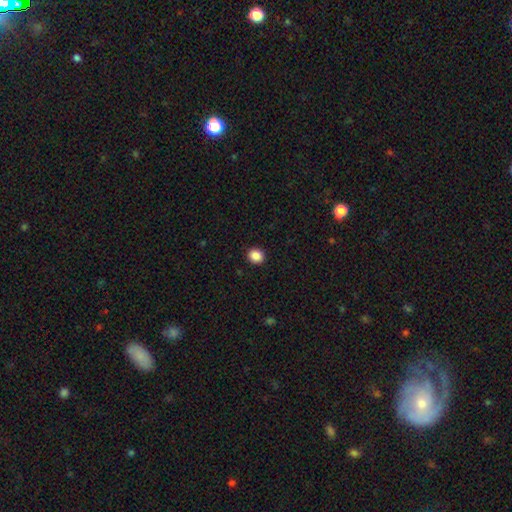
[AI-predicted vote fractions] Q: Smooth or featured?
A: smooth (88%); runner-up: star or artifact (10%)
Q: How rounded?
A: round (80%); runner-up: in between (19%)
Q: Merging?
A: none (92%); runner-up: minor disturbance (5%)